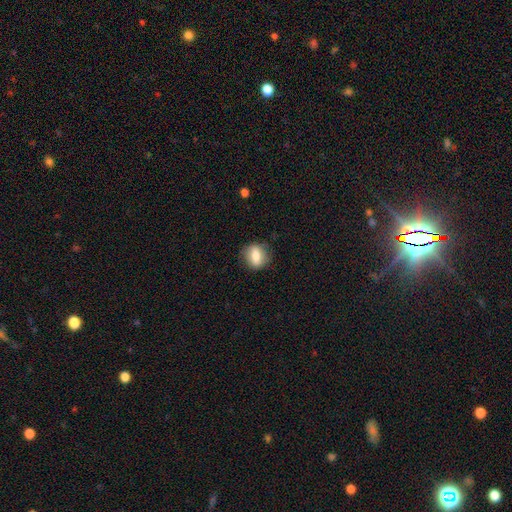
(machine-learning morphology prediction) This is likely a smooth galaxy (68%). How rounded: possibly round (50%). Merging: clearly none (82%).